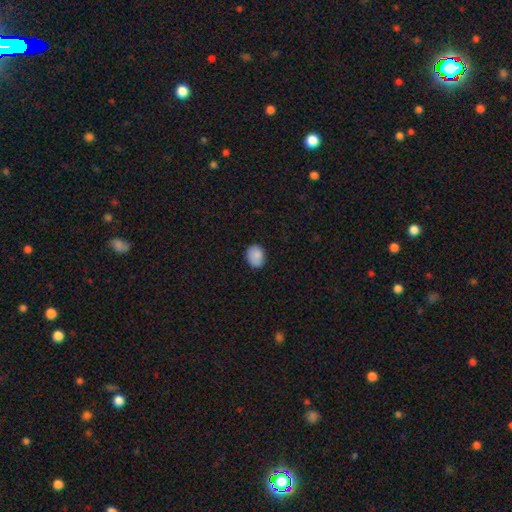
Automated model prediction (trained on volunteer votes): This is clearly a smooth galaxy (86%). How rounded: possibly in between (57%). Merging: likely none (77%).